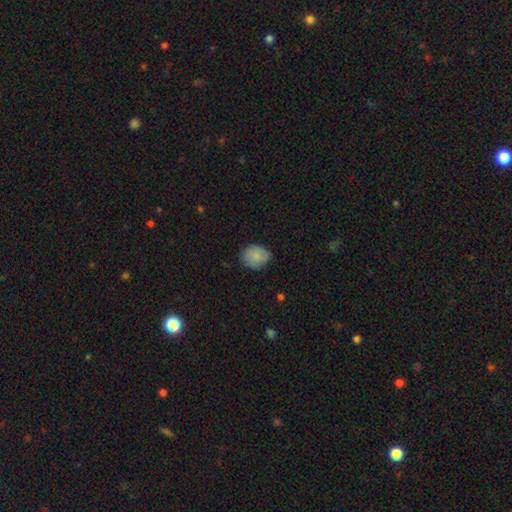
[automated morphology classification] The model was most divided on "how rounded": in between: 50%, round: 49%, cigar-shaped: 1%. More confident: smooth or featured — smooth (81%); merging — none (71%).